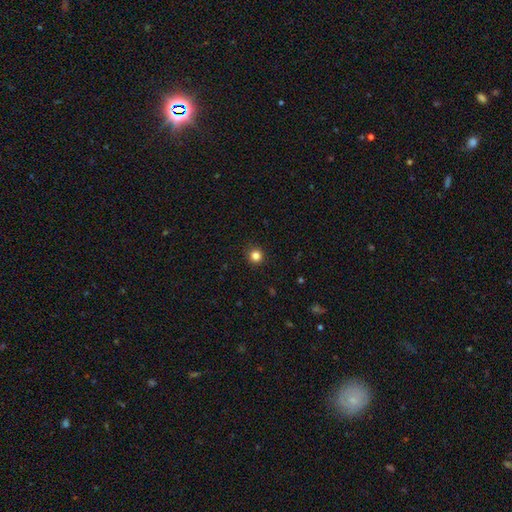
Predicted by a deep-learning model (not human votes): This appears to be a smooth galaxy with no disk features (83%) that is round (94%). Merging: none (92%).